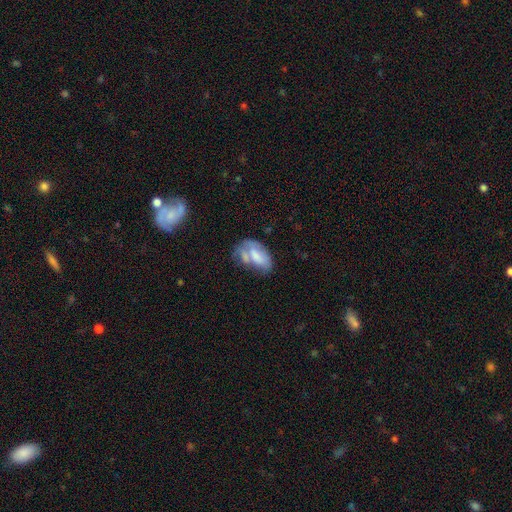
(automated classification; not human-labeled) A smooth galaxy with no disk features (60%) that is in between round and cigar-shaped (90%). Merging: none (31%).